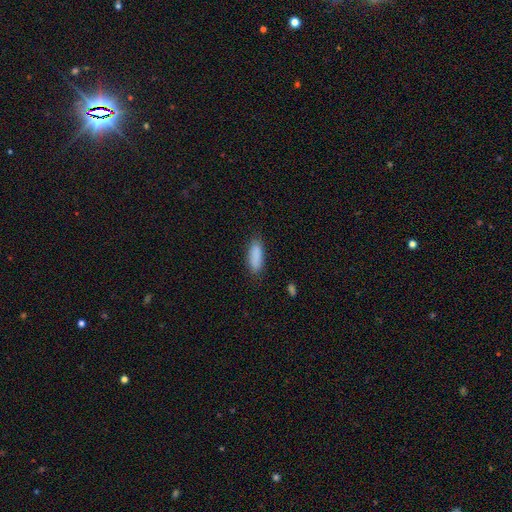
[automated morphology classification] The model was most divided on "how rounded": in between: 67%, cigar-shaped: 31%, round: 2%. More confident: smooth or featured — smooth (88%); merging — none (83%).